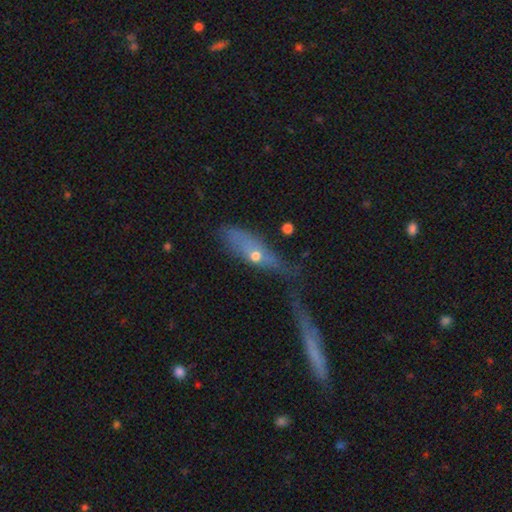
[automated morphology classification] This appears to be a smooth galaxy with no disk features (53%) that is in between round and cigar-shaped (51%). Merging: none (35%).